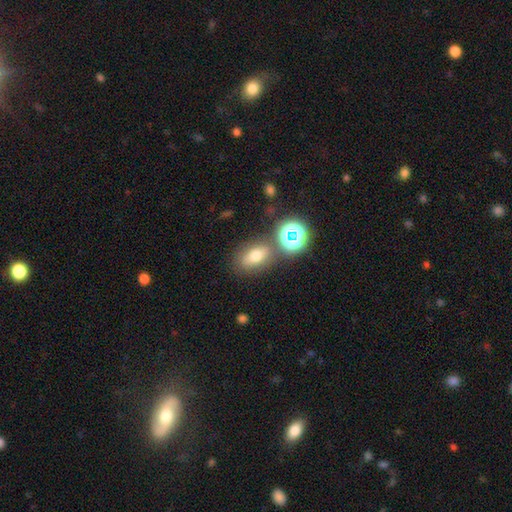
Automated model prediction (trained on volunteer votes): Overall: smooth (65%). How rounded: in between (69%). Merging: none (70%).